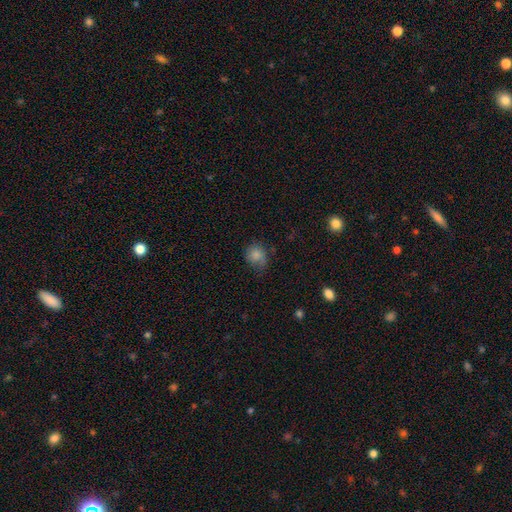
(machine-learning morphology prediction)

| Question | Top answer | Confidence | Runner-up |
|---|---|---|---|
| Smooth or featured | smooth | 76% | star or artifact (12%) |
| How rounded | round | 71% | in between (28%) |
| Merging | none | 58% | minor disturbance (29%) |